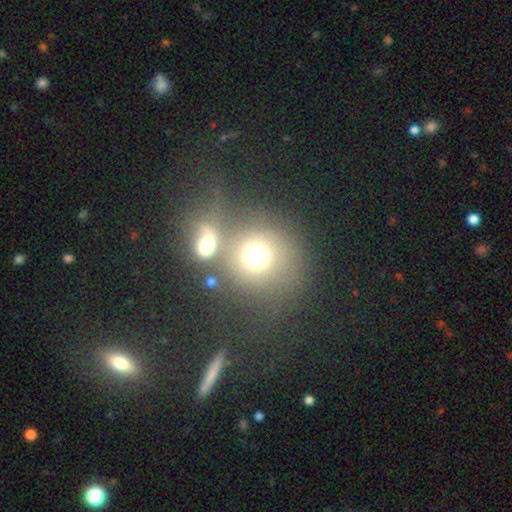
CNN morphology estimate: smooth_or_featured: smooth (p=0.67) [alt: star or artifact p=0.17]
how_rounded: round (p=0.83) [alt: in between p=0.16]
merging: merger (p=0.41) [tied with: none p=0.41]